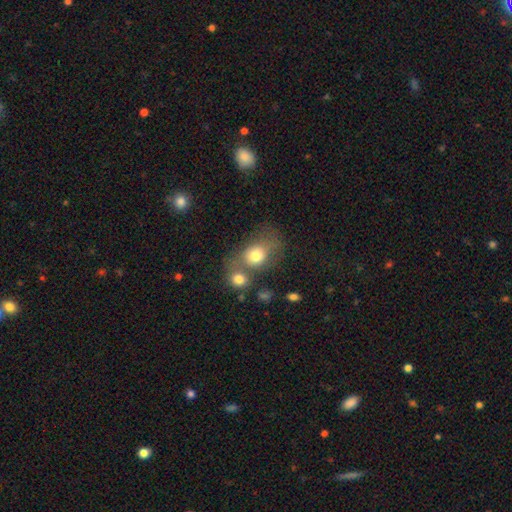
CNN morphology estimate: This is likely a smooth galaxy (75%). How rounded: possibly in between (54%). Merging: marginally merger (40%).